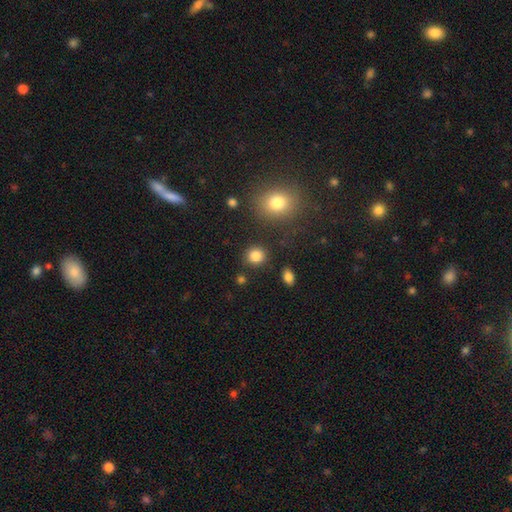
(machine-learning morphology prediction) A smooth galaxy with no disk features (84%) that is round (84%).

Vote fractions:
- Smooth or featured? smooth: 84% / star or artifact: 11% / featured or disk: 5%
- How rounded? round: 84% / in between: 15% / cigar-shaped: 1%
- Merging? none: 86% / minor disturbance: 8% / merger: 3% / major disturbance: 3%